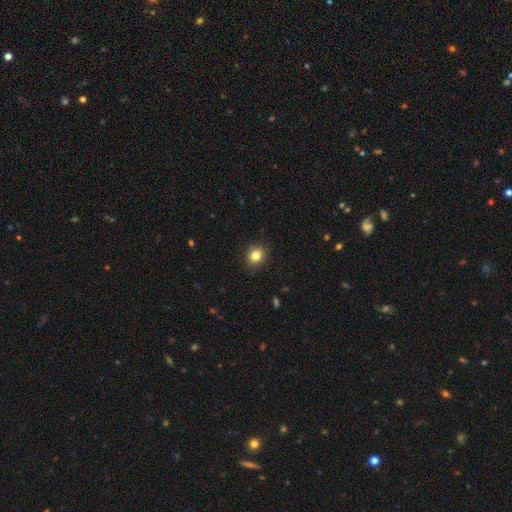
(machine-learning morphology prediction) Overall: smooth (82%). How rounded: round (78%). Merging: none (89%).